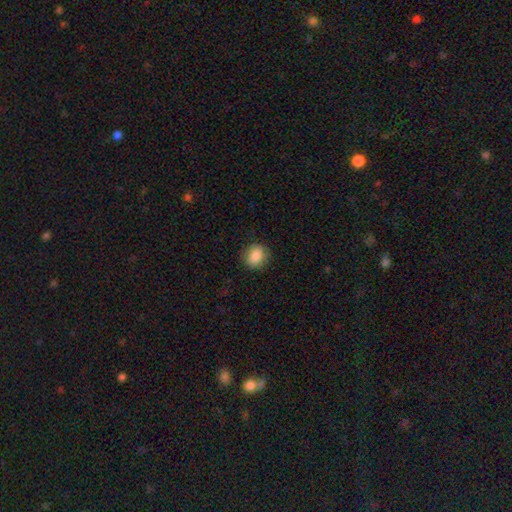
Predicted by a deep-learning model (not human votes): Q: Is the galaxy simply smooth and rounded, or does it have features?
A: smooth — 87%.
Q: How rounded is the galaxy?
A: round — 64%.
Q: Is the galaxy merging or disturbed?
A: none — 86%.